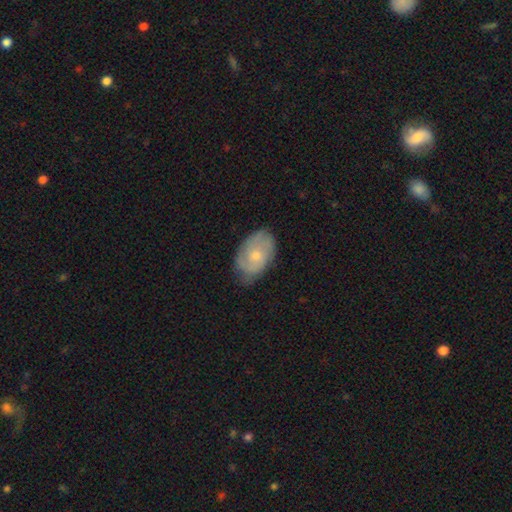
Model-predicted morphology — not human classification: Overall: featured or disk (54%; smooth 40%). Edge-on disk: no (96%). Bar: no (79%). Spiral arms: yes (78%). Bulge size: small (59%; moderate 37%). Merging: none (67%).